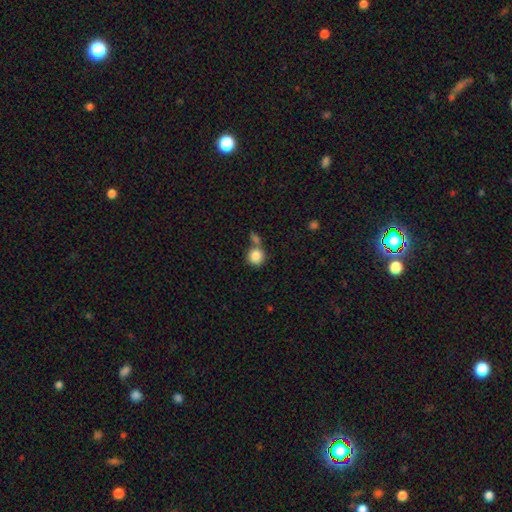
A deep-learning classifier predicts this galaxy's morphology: Overall: smooth (85%). How rounded: round (90%). Merging: none (55%; merger 31%).